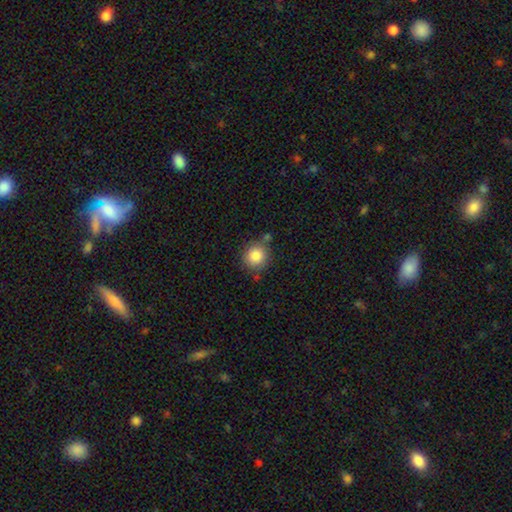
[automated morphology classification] This appears to be a smooth galaxy with no disk features (85%) that is round (90%). Merging: none (75%).